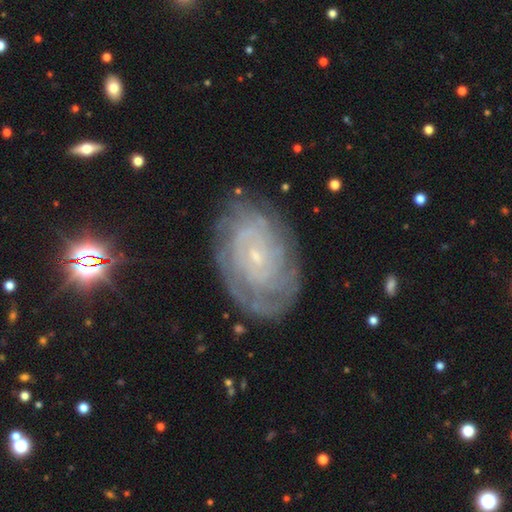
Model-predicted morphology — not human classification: Smooth or featured? featured or disk (81%)
Edge-on disk? no (96%)
Bar? no (75%)
Spiral arms? yes (93%)
Spiral winding? tight (80%)
Spiral arm count? can't tell (45%)
Bulge size? small (87%)
Merging? none (77%)